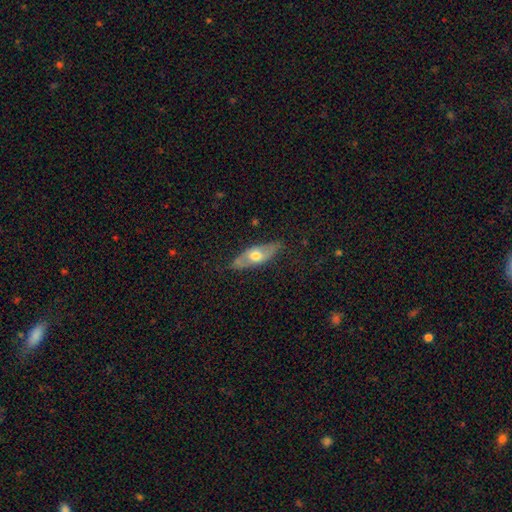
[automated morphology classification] The model was most divided on "smooth or featured": featured or disk: 49%, smooth: 46%, star or artifact: 6%. More confident: merging — none (77%).